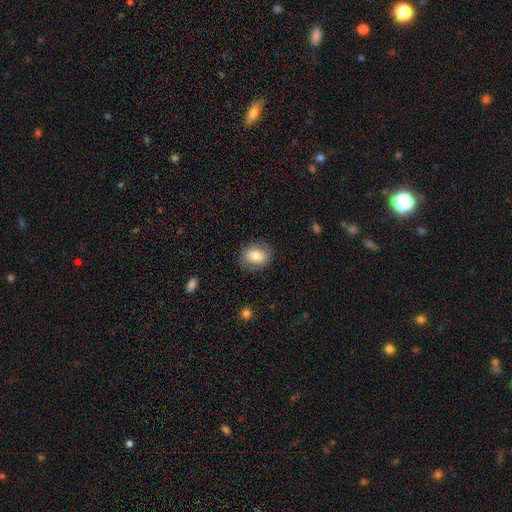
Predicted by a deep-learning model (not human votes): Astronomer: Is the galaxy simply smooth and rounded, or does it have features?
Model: smooth — 76%.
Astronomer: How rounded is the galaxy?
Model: round — 51% (runner-up: in between, 48%).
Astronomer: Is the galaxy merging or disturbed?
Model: none — 83%.